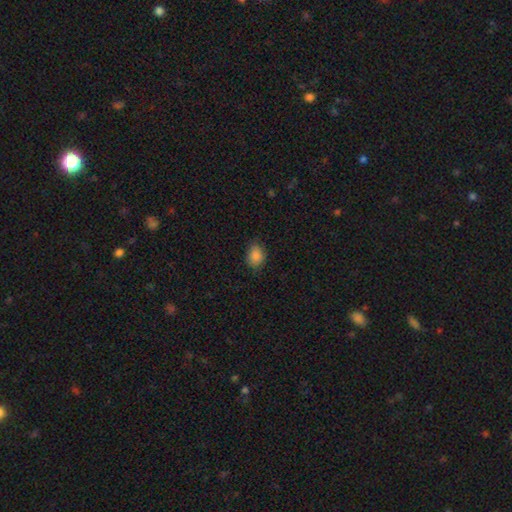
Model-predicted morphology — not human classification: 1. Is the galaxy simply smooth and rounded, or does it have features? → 85% smooth, 9% star or artifact, 6% featured or disk.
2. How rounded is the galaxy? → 52% in between, 47% round, 1% cigar-shaped.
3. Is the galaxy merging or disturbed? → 80% none, 16% minor disturbance, 3% major disturbance, 1% merger.